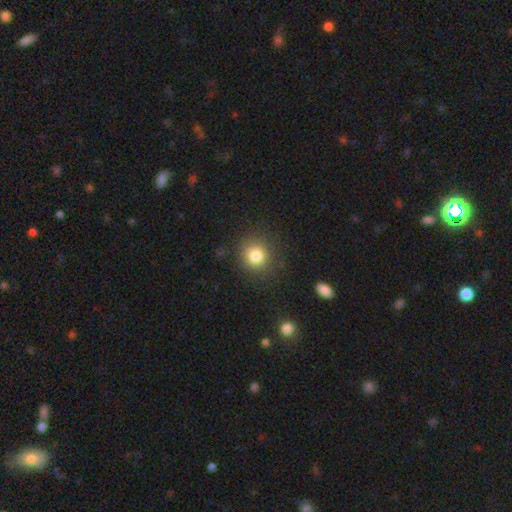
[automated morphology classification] smooth_or_featured: smooth (p=0.82) [alt: star or artifact p=0.12]
how_rounded: round (p=0.89) [alt: in between p=0.10]
merging: none (p=0.86) [alt: minor disturbance p=0.09]